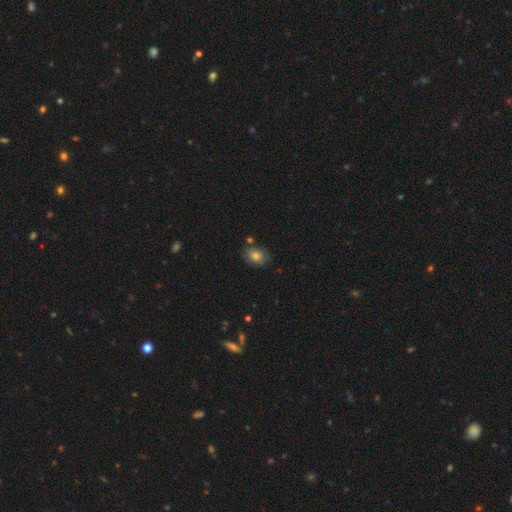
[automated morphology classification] type=smooth (79%); roundness=in between (67%); merging=none (75%).